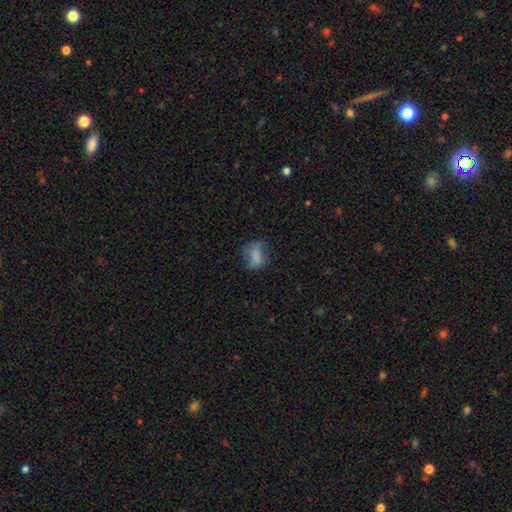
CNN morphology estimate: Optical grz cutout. It shows a smooth galaxy with no disk features (69%) that is in between round and cigar-shaped (69%). Merging: none (51%).